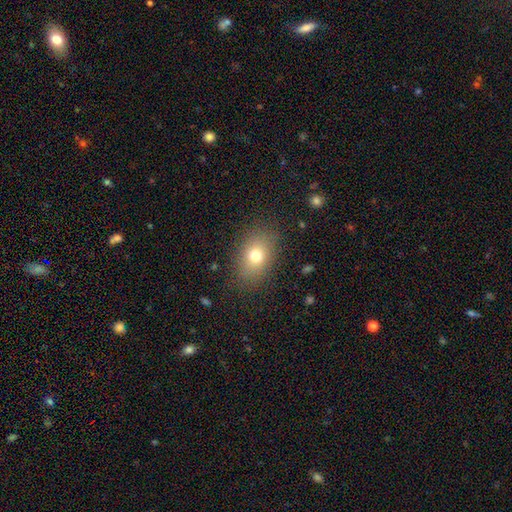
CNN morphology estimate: smooth-or-featured: smooth: 73% | featured or disk: 15% | star or artifact: 12%
  how-rounded: in between: 74% | round: 24% | cigar-shaped: 2%
  merging: none: 84% | minor disturbance: 11% | major disturbance: 4% | merger: 1%